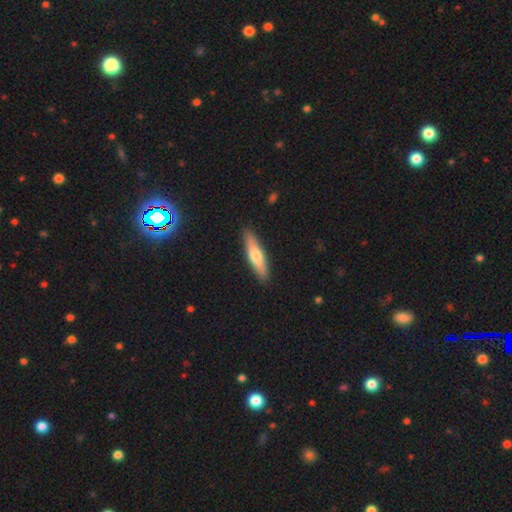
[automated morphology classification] Smooth or featured?
  - smooth: 61% *
  - featured or disk: 34%
  - star or artifact: 5%
How rounded?
  - cigar-shaped: 78% *
  - in between: 21%
  - round: 2%
Merging?
  - none: 90% *
  - minor disturbance: 7%
  - major disturbance: 2%
  - merger: 1%